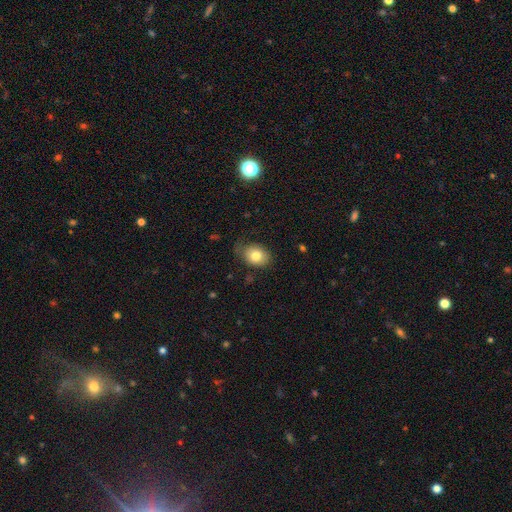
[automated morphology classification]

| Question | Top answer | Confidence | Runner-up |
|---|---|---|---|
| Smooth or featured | smooth | 80% | featured or disk (11%) |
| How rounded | in between | 68% | round (31%) |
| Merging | none | 66% | minor disturbance (25%) |